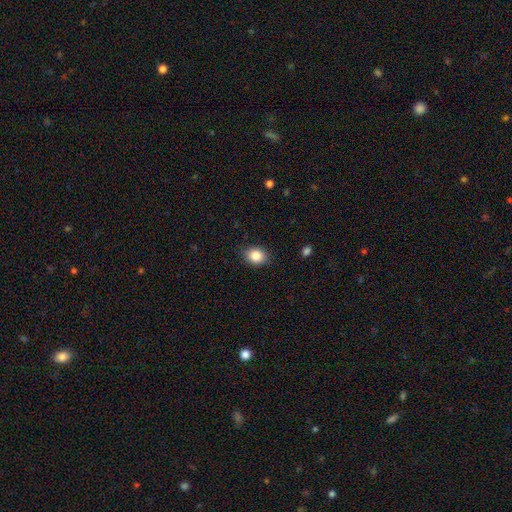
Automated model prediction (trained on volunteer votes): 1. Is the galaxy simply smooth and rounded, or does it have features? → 85% smooth, 9% star or artifact, 6% featured or disk.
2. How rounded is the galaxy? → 59% in between, 40% round, 1% cigar-shaped.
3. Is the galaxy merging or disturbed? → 86% none, 10% minor disturbance, 2% major disturbance, 1% merger.